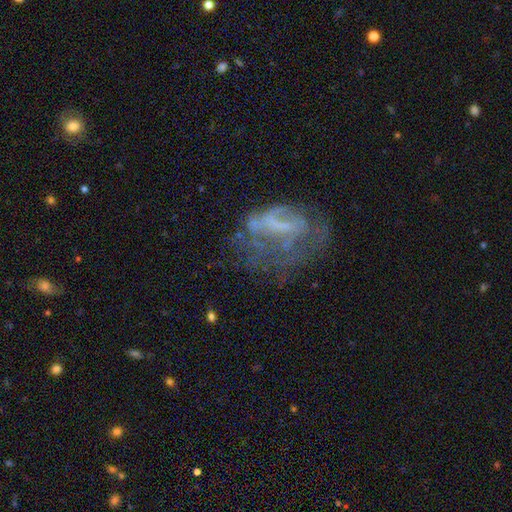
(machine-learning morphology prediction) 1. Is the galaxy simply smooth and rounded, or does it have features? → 54% featured or disk, 25% star or artifact, 21% smooth.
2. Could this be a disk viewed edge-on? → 95% no, 5% yes.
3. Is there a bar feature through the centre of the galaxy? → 65% no, 23% weak, 12% strong.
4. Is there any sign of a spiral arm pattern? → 76% no, 24% yes.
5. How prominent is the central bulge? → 61% none, 24% small, 12% moderate, 2% large, 1% dominant.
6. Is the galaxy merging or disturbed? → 41% none, 35% major disturbance, 19% minor disturbance, 5% merger.